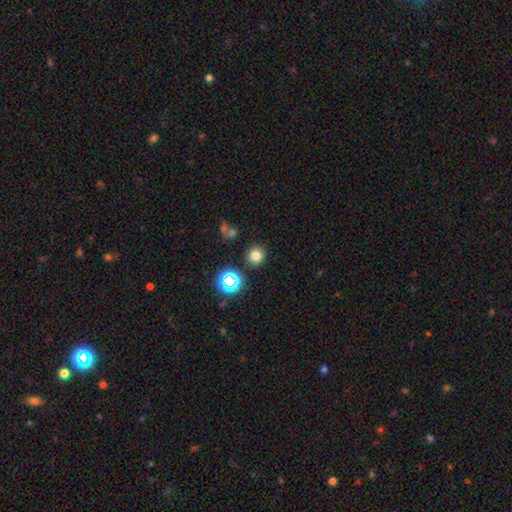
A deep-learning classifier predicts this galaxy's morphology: This is likely a smooth galaxy (75%). How rounded: clearly round (91%). Merging: clearly none (86%).